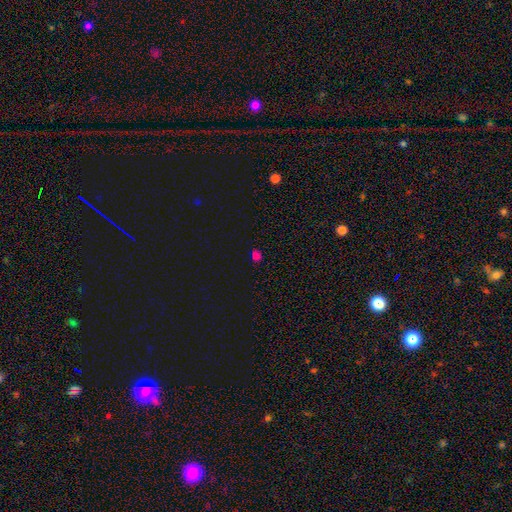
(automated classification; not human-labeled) This is possibly a smooth galaxy (55%). How rounded: possibly round (53%). Merging: likely none (80%).